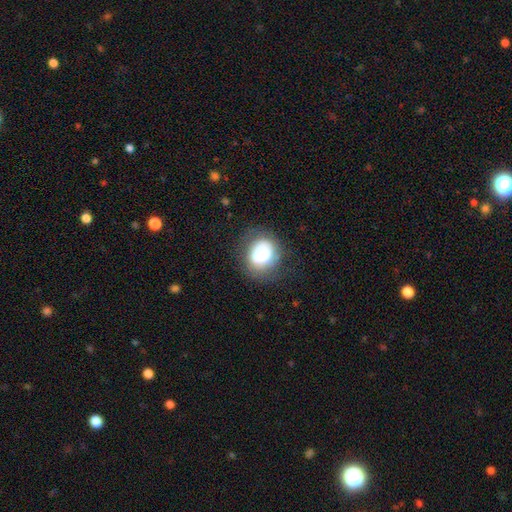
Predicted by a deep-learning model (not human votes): A smooth galaxy with no disk features (73%) that is round (61%). Merging: none (66%).